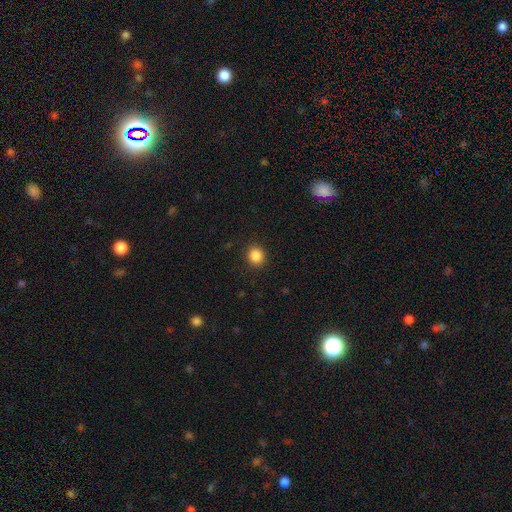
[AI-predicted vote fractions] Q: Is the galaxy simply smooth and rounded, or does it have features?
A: smooth — 87%.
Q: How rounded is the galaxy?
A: round — 83%.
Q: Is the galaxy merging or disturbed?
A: none — 90%.